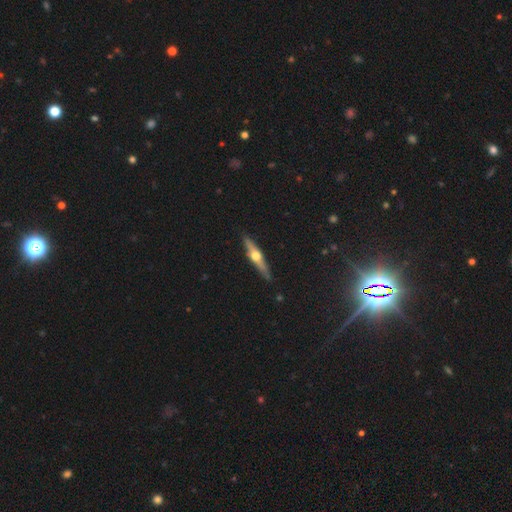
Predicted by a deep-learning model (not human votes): smooth_or_featured: featured or disk (p=0.75) [alt: smooth p=0.20]
disk_edge_on: yes (p=0.97) [alt: no p=0.03]
edge_on_bulge: rounded (p=0.96) [alt: boxy p=0.02]
merging: none (p=0.90) [alt: minor disturbance p=0.07]